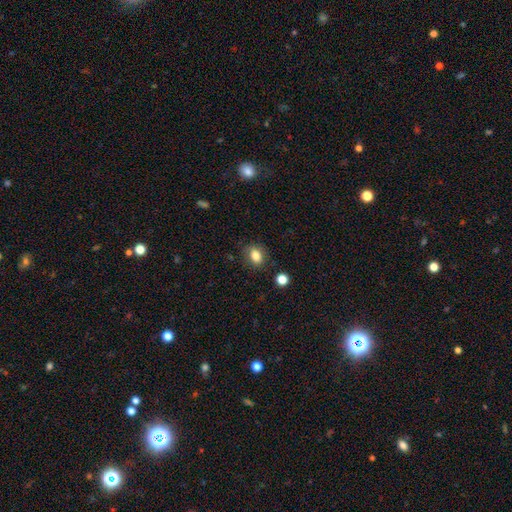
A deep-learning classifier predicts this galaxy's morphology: smooth 83%, star or artifact 10%, featured or disk 7%. Down the decision tree: how rounded — in between (71%); merging — none (80%).